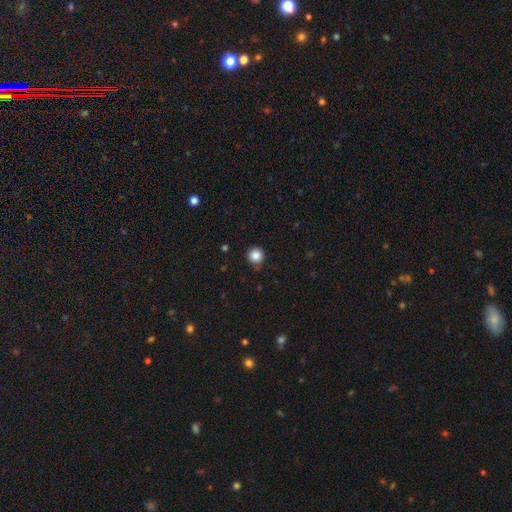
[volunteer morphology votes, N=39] type=smooth (85%); roundness=round (94%); merging=none (82%).